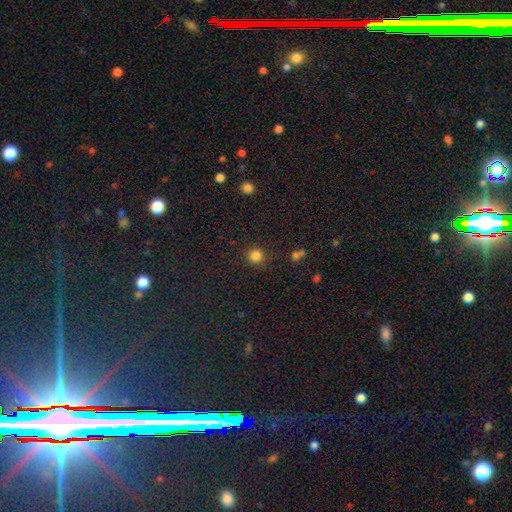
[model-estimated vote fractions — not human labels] The model was most divided on "smooth or featured": smooth: 82%, star or artifact: 14%, featured or disk: 4%. More confident: how rounded — round (94%); merging — none (88%).